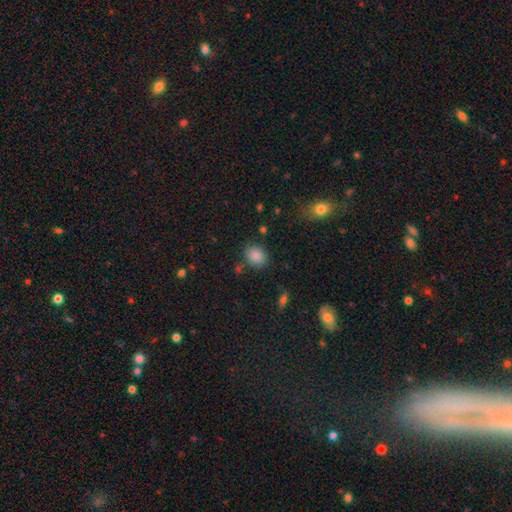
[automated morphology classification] This appears to be a smooth galaxy with no disk features (86%) that is round (53%). Merging: none (79%).